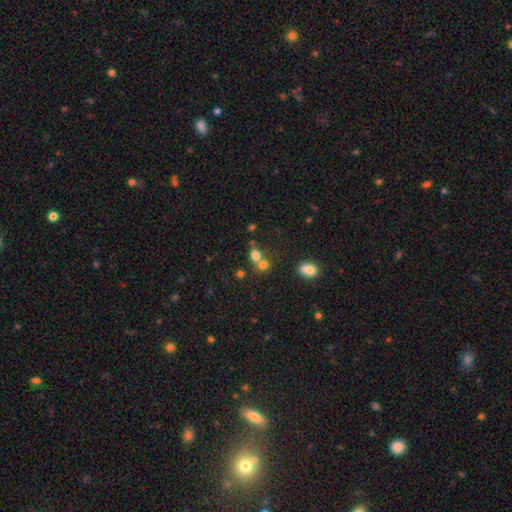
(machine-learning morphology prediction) The model was most divided on "how rounded": round: 52%, in between: 47%, cigar-shaped: 2%. More confident: smooth or featured — smooth (74%); merging — merger (50%).